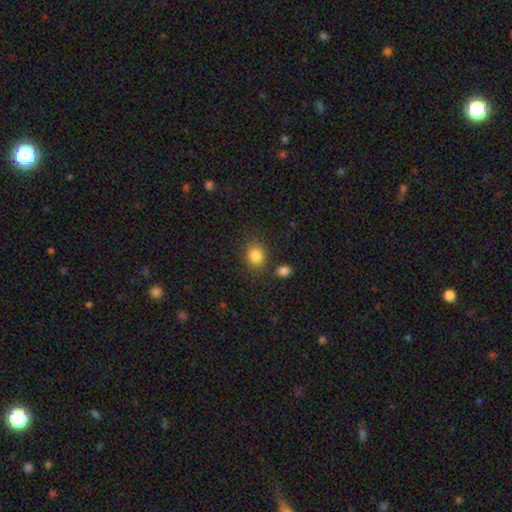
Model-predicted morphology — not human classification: The model was most divided on "how rounded": round: 64%, in between: 35%, cigar-shaped: 1%. More confident: smooth or featured — smooth (85%); merging — none (80%).